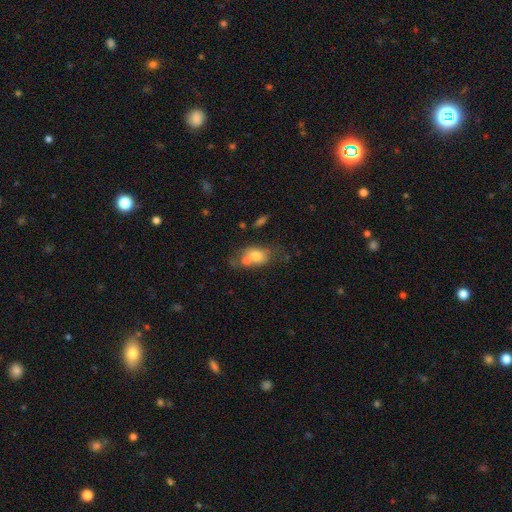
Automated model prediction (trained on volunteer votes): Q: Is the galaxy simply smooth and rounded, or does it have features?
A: smooth — 70%.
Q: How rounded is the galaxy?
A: in between — 71%.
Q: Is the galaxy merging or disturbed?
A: merger — 43%.